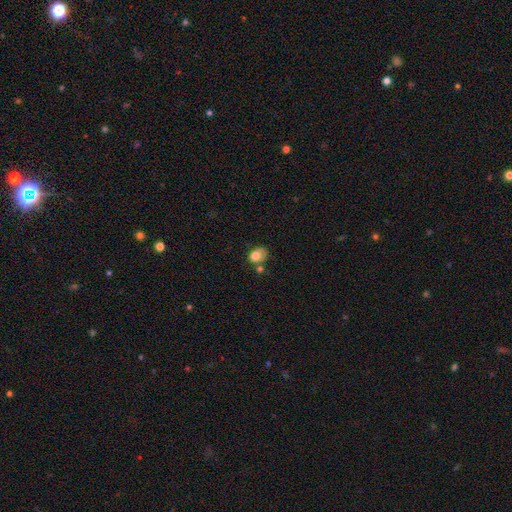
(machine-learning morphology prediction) This is likely a smooth galaxy (72%). How rounded: likely in between (64%). Merging: marginally none (35%).